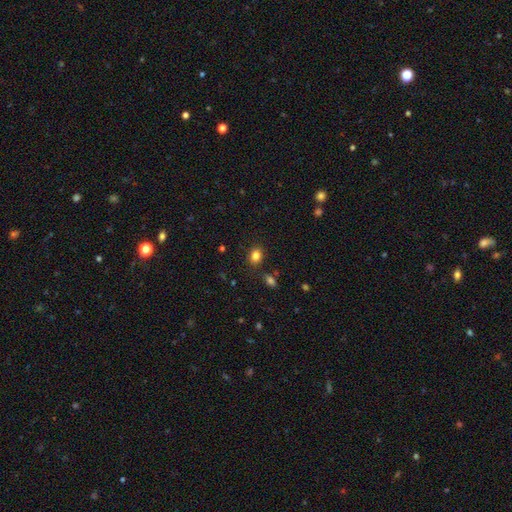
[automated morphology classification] Q: Smooth or featured?
A: smooth (83%); runner-up: star or artifact (12%)
Q: How rounded?
A: in between (51%); runner-up: round (48%)
Q: Merging?
A: none (85%); runner-up: minor disturbance (9%)